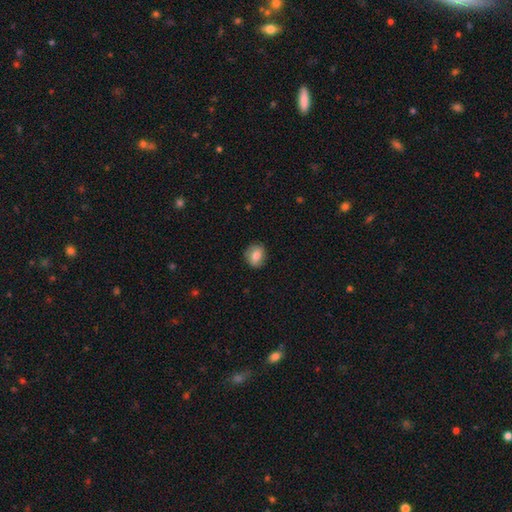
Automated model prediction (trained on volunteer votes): Smooth or featured?
  - smooth: 76% *
  - featured or disk: 15%
  - star or artifact: 9%
How rounded?
  - round: 67% *
  - in between: 32%
  - cigar-shaped: 1%
Merging?
  - none: 85% *
  - minor disturbance: 11%
  - major disturbance: 3%
  - merger: 1%